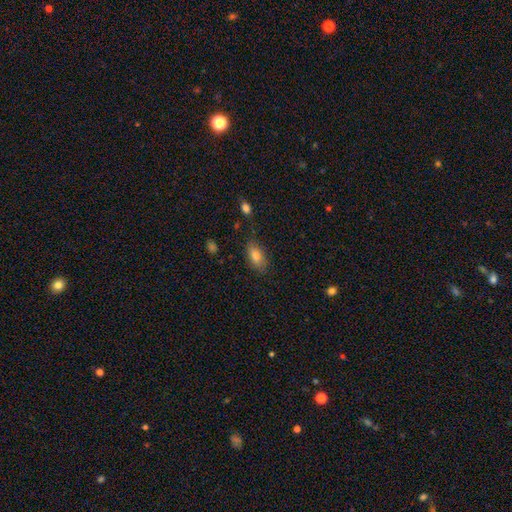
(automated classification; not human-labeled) Smooth or featured? Predicted: smooth (p=0.80). How rounded? Predicted: in between (p=0.87). Merging? Predicted: none (p=0.78).